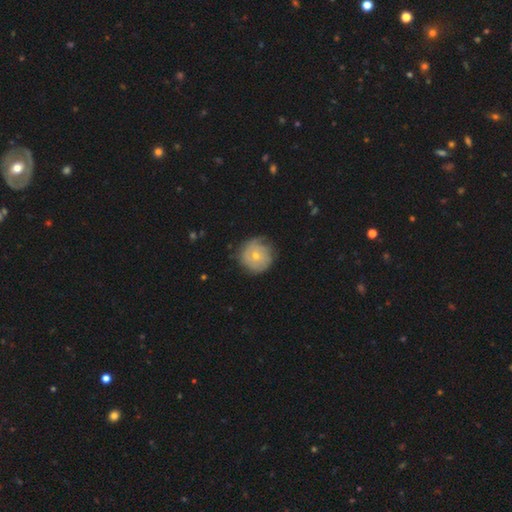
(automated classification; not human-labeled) Q: Smooth or featured?
A: featured or disk (53%); runner-up: smooth (40%)
Q: Edge-on disk?
A: no (97%); runner-up: yes (3%)
Q: Bar?
A: no (84%); runner-up: weak (14%)
Q: Spiral arms?
A: yes (73%); runner-up: no (27%)
Q: Bulge size?
A: small (56%); runner-up: moderate (41%)
Q: Merging?
A: none (69%); runner-up: minor disturbance (22%)